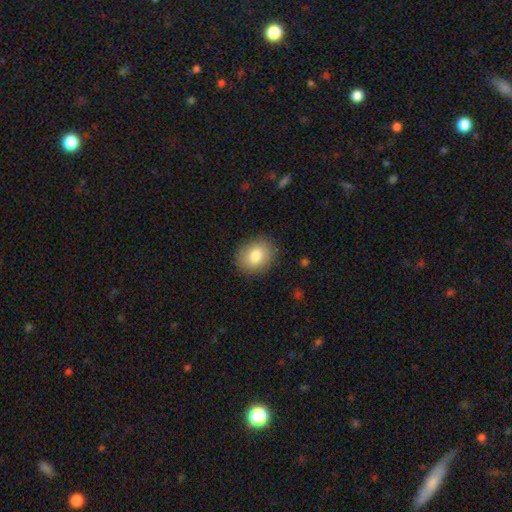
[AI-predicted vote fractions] Smooth or featured?
  - smooth: 82% *
  - featured or disk: 10%
  - star or artifact: 8%
How rounded?
  - round: 54% *
  - in between: 45%
  - cigar-shaped: 1%
Merging?
  - none: 88% *
  - minor disturbance: 9%
  - major disturbance: 3%
  - merger: 1%